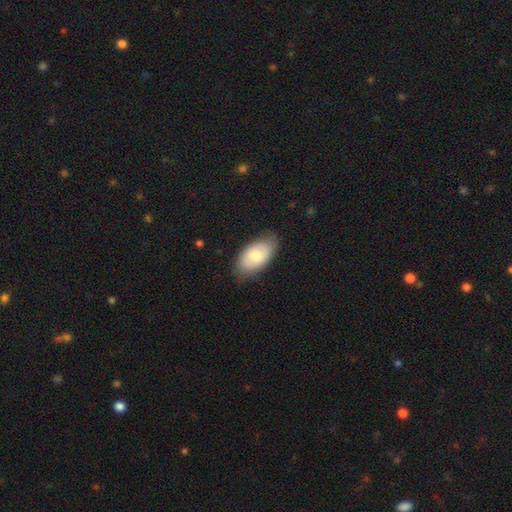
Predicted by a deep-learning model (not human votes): Smooth or featured? smooth (74%)
How rounded? in between (95%)
Merging? none (78%)